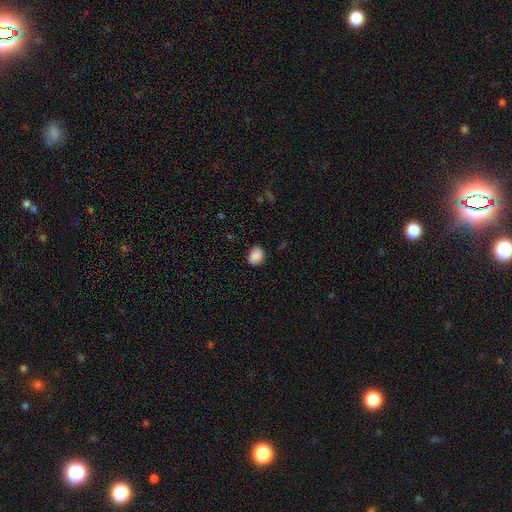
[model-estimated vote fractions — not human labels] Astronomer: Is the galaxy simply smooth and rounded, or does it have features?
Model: smooth — 88%.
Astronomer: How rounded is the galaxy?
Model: in between — 50% (runner-up: round, 49%).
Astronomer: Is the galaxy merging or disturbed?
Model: none — 84%.